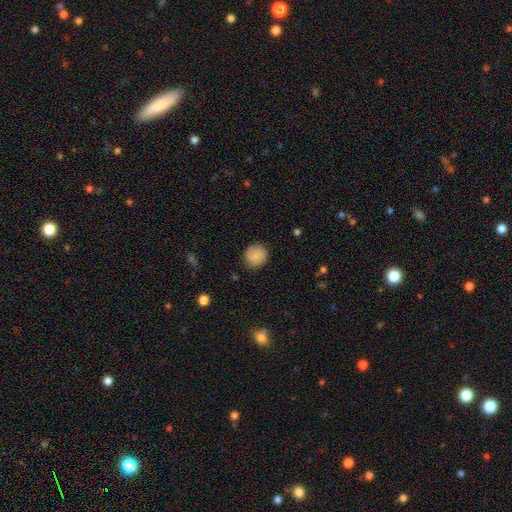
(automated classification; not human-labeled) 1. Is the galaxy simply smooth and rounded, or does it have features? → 87% smooth, 8% star or artifact, 5% featured or disk.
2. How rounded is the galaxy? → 90% round, 9% in between, 1% cigar-shaped.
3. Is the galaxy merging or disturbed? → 85% none, 11% minor disturbance, 3% major disturbance, 1% merger.